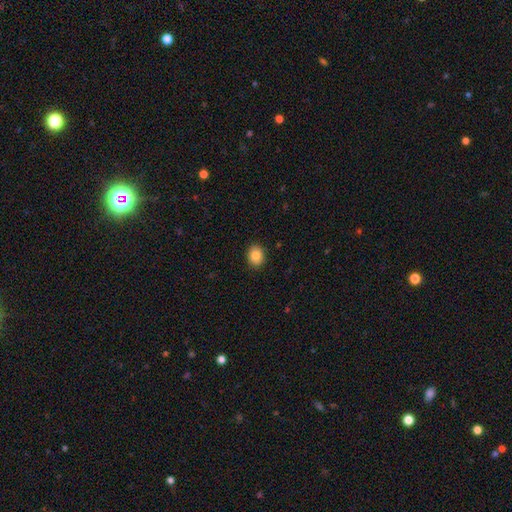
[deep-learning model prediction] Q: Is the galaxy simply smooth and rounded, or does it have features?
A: smooth — 85%.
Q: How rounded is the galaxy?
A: round — 52%.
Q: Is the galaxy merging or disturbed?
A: none — 90%.